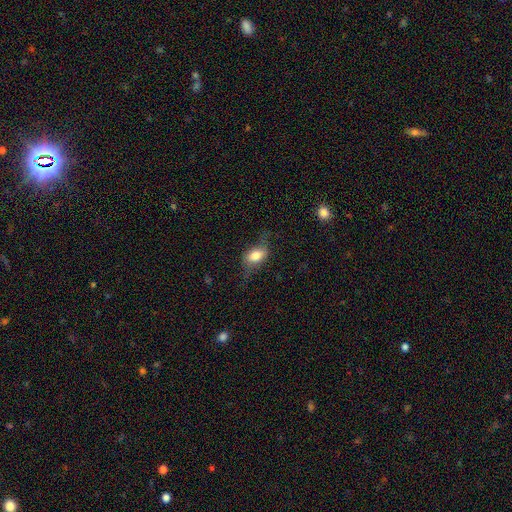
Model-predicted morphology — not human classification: Overall: smooth (63%; featured or disk 29%). How rounded: in between (81%). Merging: none (58%; minor disturbance 25%).